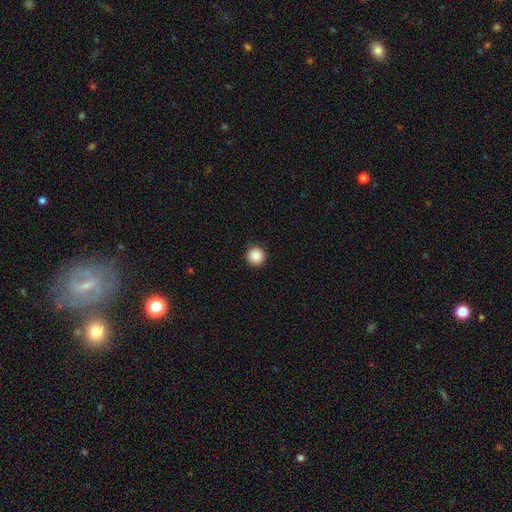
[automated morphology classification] This is clearly a smooth galaxy (89%). How rounded: clearly round (96%). Merging: clearly none (92%).